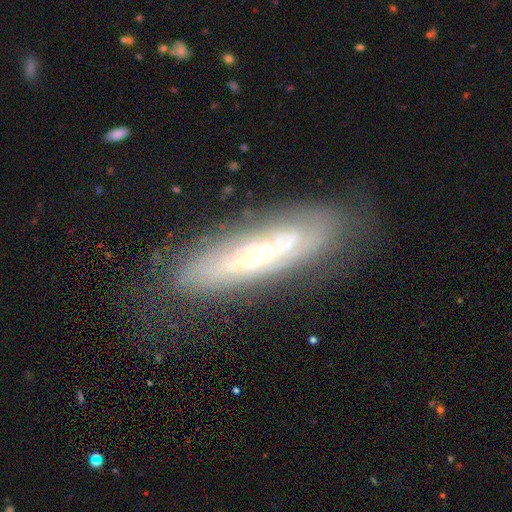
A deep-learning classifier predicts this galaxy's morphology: This appears to be a featured or disk galaxy (74%). Merging: none (74%).